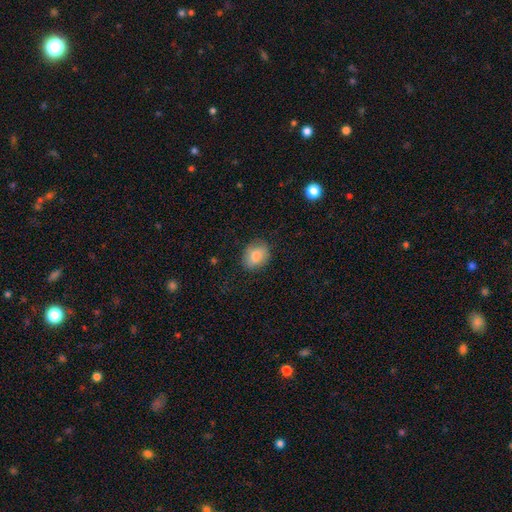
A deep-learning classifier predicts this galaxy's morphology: A smooth galaxy with no disk features (81%) that is in between round and cigar-shaped (55%). Merging: none (84%).